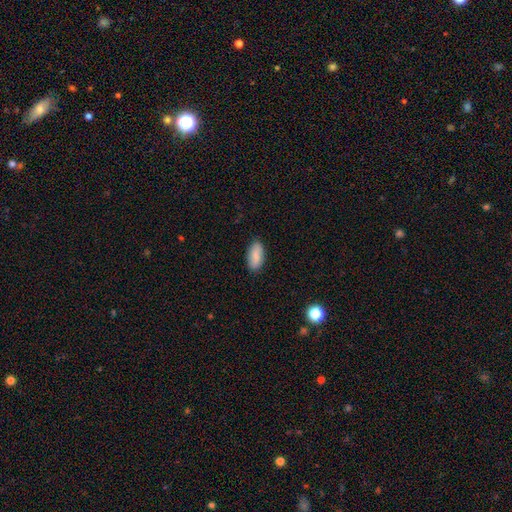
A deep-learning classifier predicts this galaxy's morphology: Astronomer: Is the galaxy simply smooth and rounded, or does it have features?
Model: smooth — 85%.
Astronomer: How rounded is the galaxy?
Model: in between — 91%.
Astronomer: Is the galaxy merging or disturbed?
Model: none — 87%.